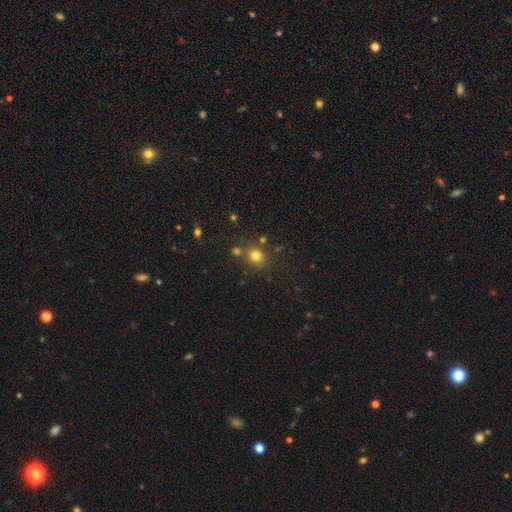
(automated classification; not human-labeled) A smooth galaxy with no disk features (77%) that is round (79%). Merging: none (74%).